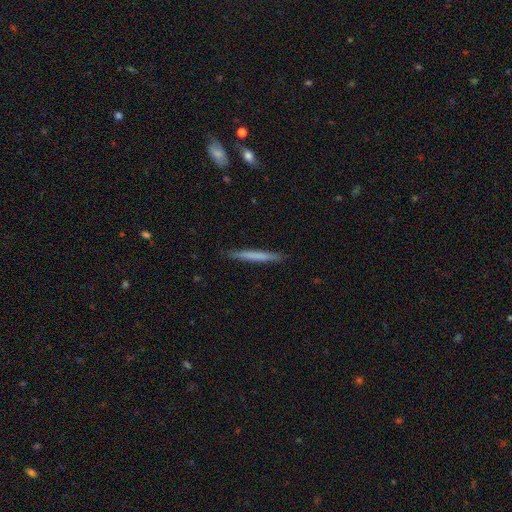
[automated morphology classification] Q: Smooth or featured?
A: smooth (64%); runner-up: featured or disk (30%)
Q: How rounded?
A: cigar-shaped (97%); runner-up: in between (2%)
Q: Merging?
A: none (90%); runner-up: minor disturbance (7%)